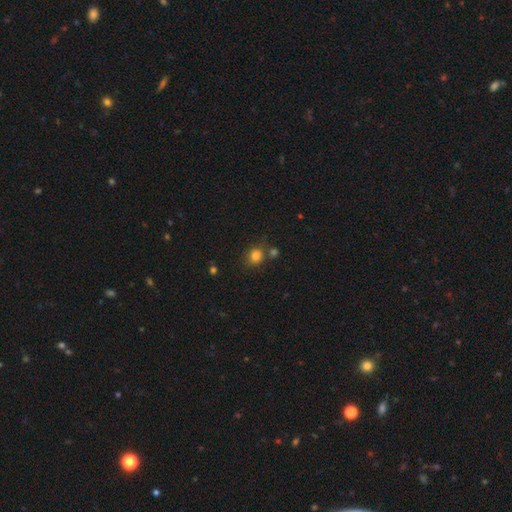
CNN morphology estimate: A smooth galaxy with no disk features (82%) that is round (78%). Merging: none (71%).